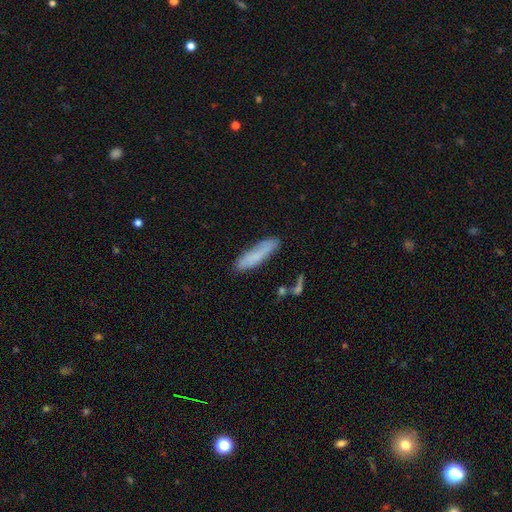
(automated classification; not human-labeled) smooth-or-featured: smooth: 77% | featured or disk: 15% | star or artifact: 7%
  how-rounded: cigar-shaped: 75% | in between: 23% | round: 2%
  merging: none: 74% | minor disturbance: 18% | major disturbance: 4% | merger: 3%